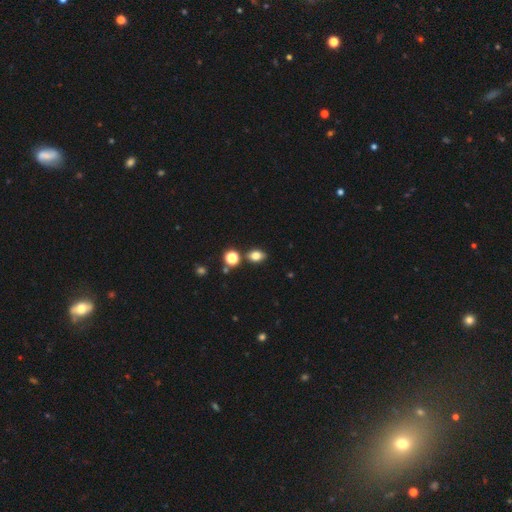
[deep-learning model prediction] The model was most divided on "how rounded": in between: 68%, round: 31%, cigar-shaped: 1%. More confident: smooth or featured — smooth (79%); merging — none (78%).